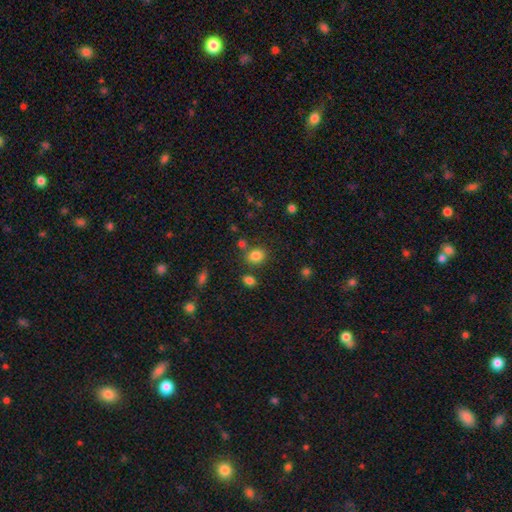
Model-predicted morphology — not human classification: type=smooth (83%); roundness=round (57%); merging=none (75%).